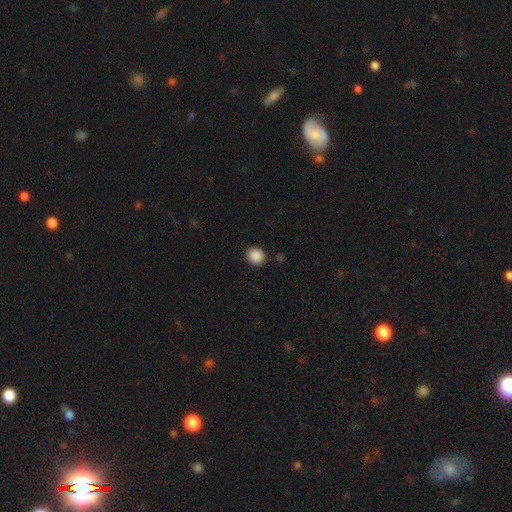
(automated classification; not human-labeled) Morphology: type=smooth (89%); roundness=round (83%); merging=none (90%).